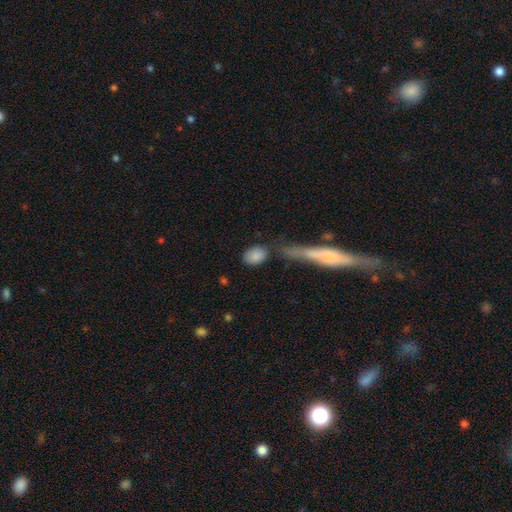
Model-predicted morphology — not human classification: Overall: smooth (85%). How rounded: in between (76%). Merging: none (71%).